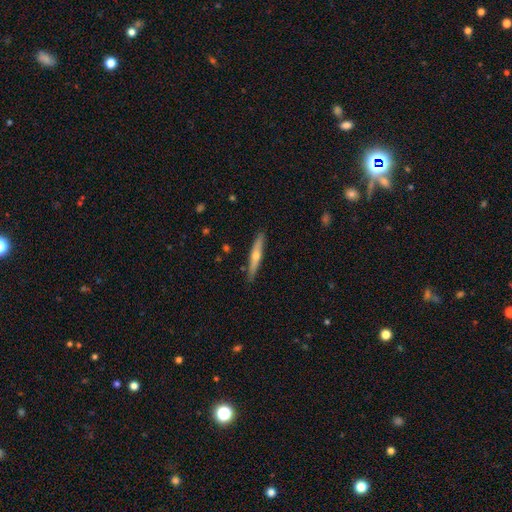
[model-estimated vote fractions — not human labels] A featured or disk galaxy (59%) viewed edge-on (95%) with a rounded central bulge (84%).

Vote fractions:
- Smooth or featured? featured or disk: 59% / smooth: 34% / star or artifact: 6%
- Edge-on disk? yes: 95% / no: 5%
- Edge-on bulge? rounded: 84% / none: 13% / boxy: 3%
- Merging? none: 90% / minor disturbance: 8% / major disturbance: 1% / merger: 1%